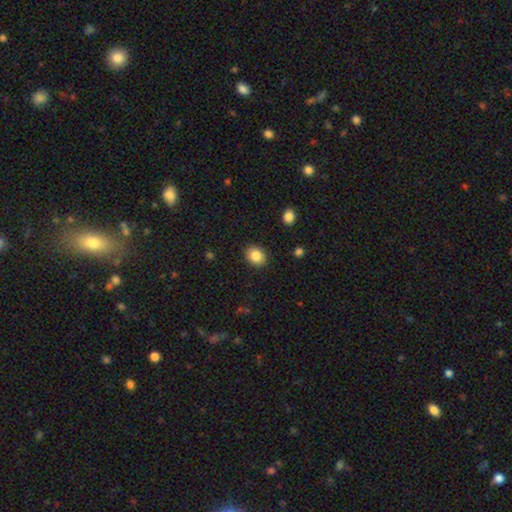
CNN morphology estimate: Q: Smooth or featured?
A: smooth (85%); runner-up: star or artifact (9%)
Q: How rounded?
A: round (50%); runner-up: in between (49%)
Q: Merging?
A: none (89%); runner-up: minor disturbance (8%)